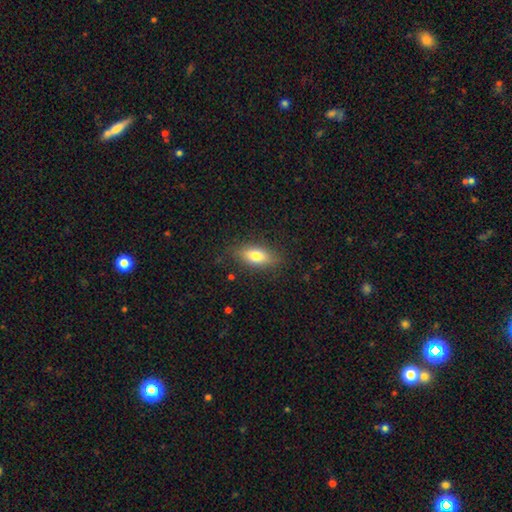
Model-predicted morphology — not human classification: smooth-or-featured: smooth: 76% | featured or disk: 16% | star or artifact: 8%
  how-rounded: in between: 80% | cigar-shaped: 15% | round: 4%
  merging: none: 83% | minor disturbance: 12% | major disturbance: 3% | merger: 1%